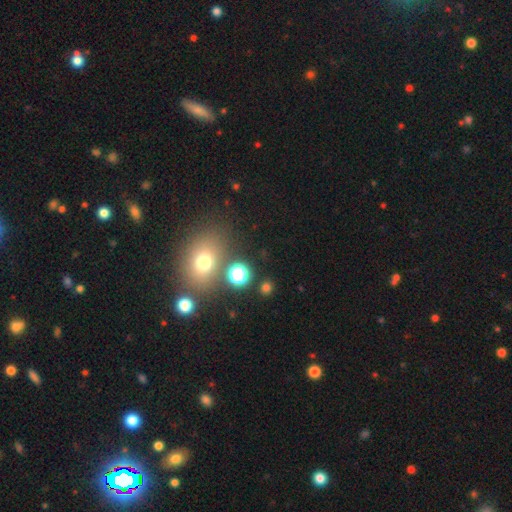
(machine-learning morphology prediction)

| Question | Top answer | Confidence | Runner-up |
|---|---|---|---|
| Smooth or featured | smooth | 54% | star or artifact (34%) |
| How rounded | round | 50% | in between (48%) |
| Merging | none | 73% | merger (13%) |